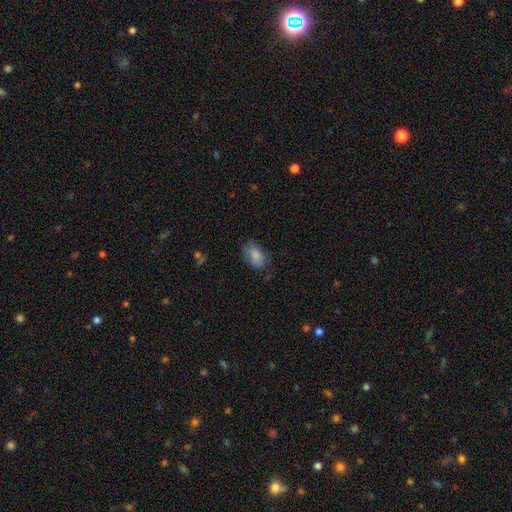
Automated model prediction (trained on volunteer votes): Smooth or featured? smooth (84%)
How rounded? in between (89%)
Merging? none (66%)